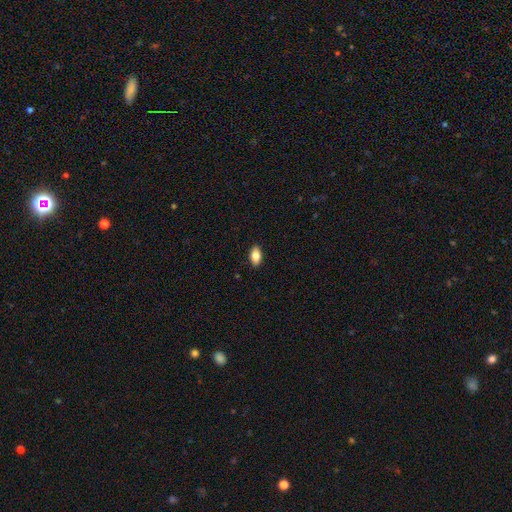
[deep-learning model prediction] Overall: smooth (83%). How rounded: in between (92%). Merging: none (89%).